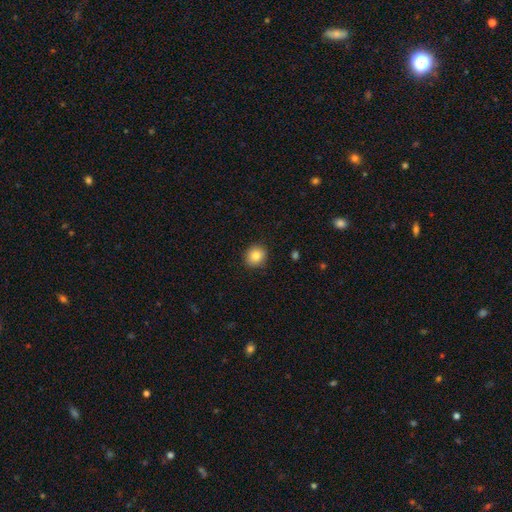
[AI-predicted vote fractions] Smooth or featured?
  - smooth: 84% *
  - star or artifact: 9%
  - featured or disk: 7%
How rounded?
  - round: 79% *
  - in between: 20%
  - cigar-shaped: 1%
Merging?
  - none: 90% *
  - minor disturbance: 7%
  - major disturbance: 2%
  - merger: 1%